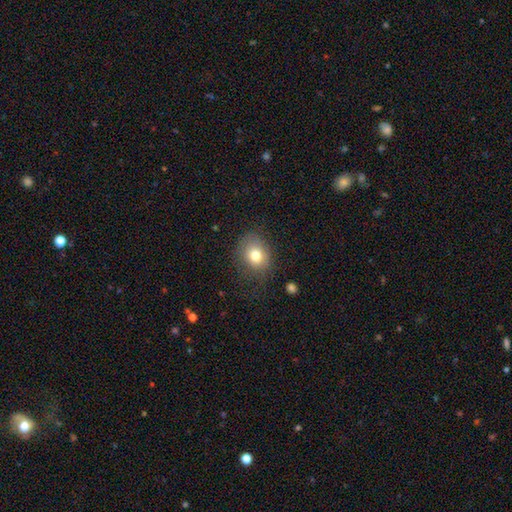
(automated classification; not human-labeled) Smooth or featured?
  - smooth: 77% *
  - featured or disk: 12%
  - star or artifact: 11%
How rounded?
  - round: 58% *
  - in between: 41%
  - cigar-shaped: 1%
Merging?
  - none: 71% *
  - minor disturbance: 19%
  - major disturbance: 9%
  - merger: 2%